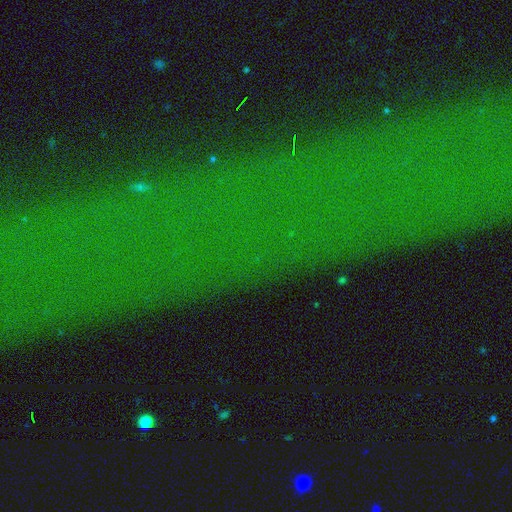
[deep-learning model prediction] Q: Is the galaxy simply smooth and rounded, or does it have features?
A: star or artifact — 78%.